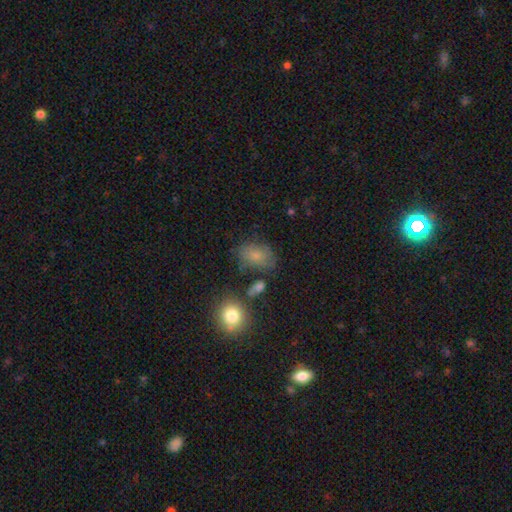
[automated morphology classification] smooth-or-featured: smooth: 75% | featured or disk: 14% | star or artifact: 11%
  how-rounded: in between: 83% | round: 16% | cigar-shaped: 2%
  merging: none: 59% | minor disturbance: 24% | major disturbance: 10% | merger: 7%